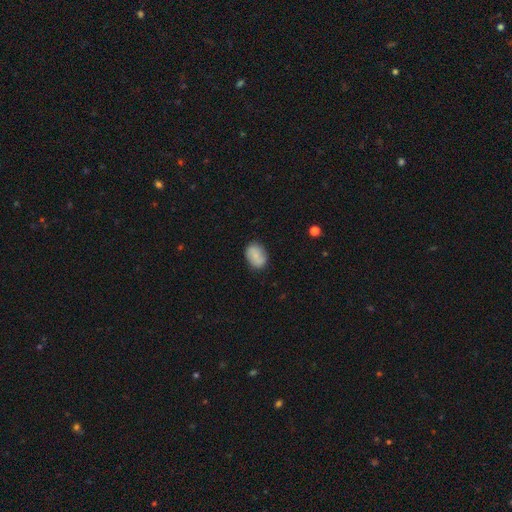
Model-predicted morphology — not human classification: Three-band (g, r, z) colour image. It shows a smooth galaxy with no disk features (69%) that is in between round and cigar-shaped (74%). Merging: none (79%).